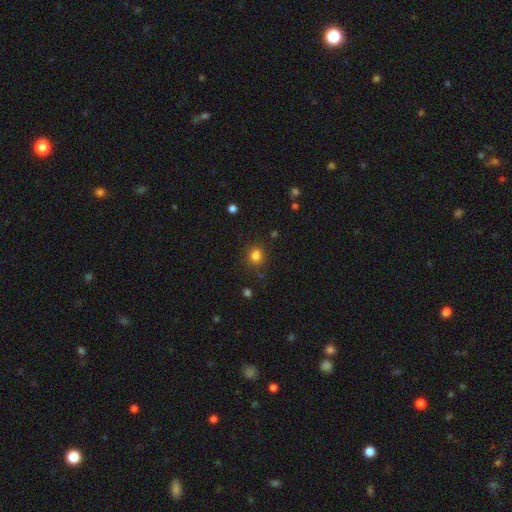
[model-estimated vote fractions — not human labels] Q: Smooth or featured?
A: smooth (83%); runner-up: star or artifact (13%)
Q: How rounded?
A: round (66%); runner-up: in between (33%)
Q: Merging?
A: none (82%); runner-up: minor disturbance (11%)